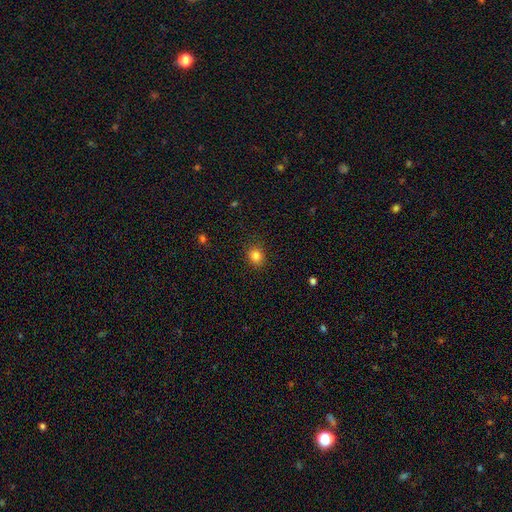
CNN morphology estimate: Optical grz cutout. It shows a smooth galaxy with no disk features (84%) that is round (71%). Merging: none (88%).